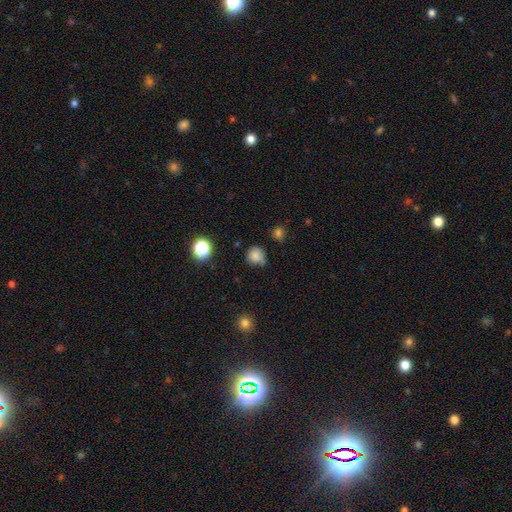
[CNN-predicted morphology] Smooth or featured: smooth — 80% (star or artifact — 15%)
How rounded: round — 88% (in between — 11%)
Merging: none — 70% (minor disturbance — 20%)